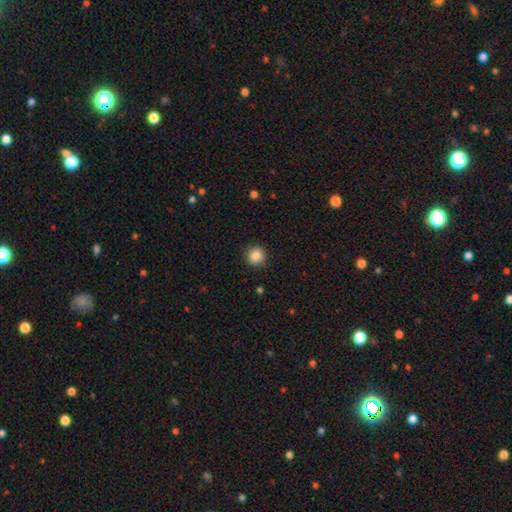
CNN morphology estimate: A smooth galaxy with no disk features (87%) that is round (93%).

Vote fractions:
- Smooth or featured? smooth: 87% / star or artifact: 9% / featured or disk: 3%
- How rounded? round: 93% / in between: 6% / cigar-shaped: 1%
- Merging? none: 90% / minor disturbance: 7% / major disturbance: 2% / merger: 1%